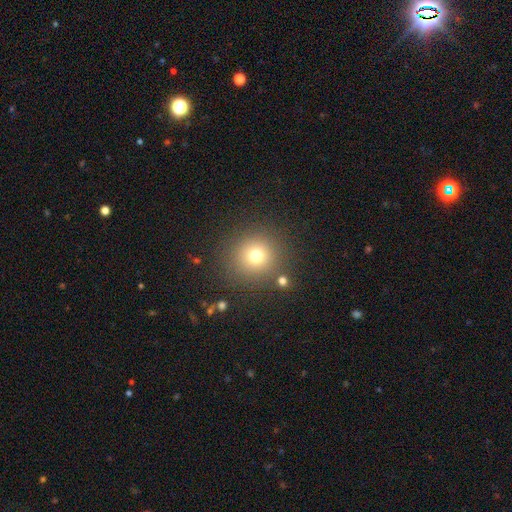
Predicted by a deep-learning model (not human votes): Smooth or featured?
  - smooth: 73% *
  - star or artifact: 17%
  - featured or disk: 10%
How rounded?
  - round: 93% *
  - in between: 6%
  - cigar-shaped: 1%
Merging?
  - none: 85% *
  - minor disturbance: 7%
  - major disturbance: 4%
  - merger: 4%